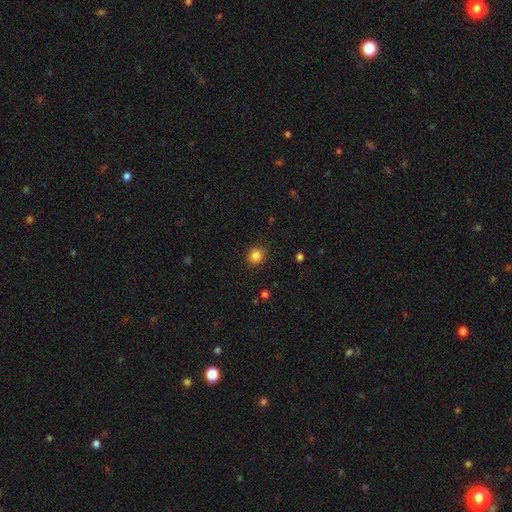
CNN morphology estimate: Overall: smooth (85%). How rounded: round (76%). Merging: none (86%).